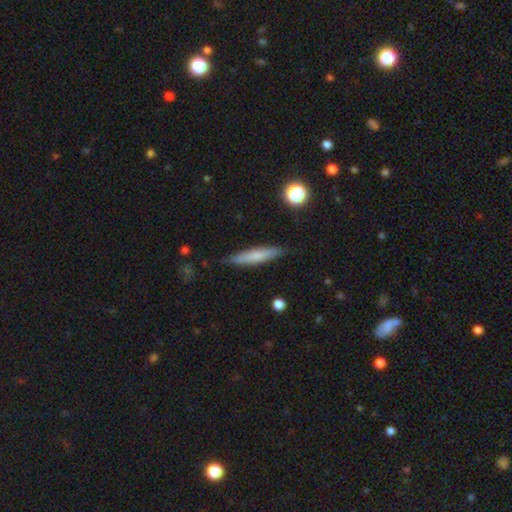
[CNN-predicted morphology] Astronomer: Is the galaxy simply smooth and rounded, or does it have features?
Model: smooth — 61%.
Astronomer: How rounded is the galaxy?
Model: cigar-shaped — 90%.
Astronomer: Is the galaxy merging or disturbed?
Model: none — 87%.